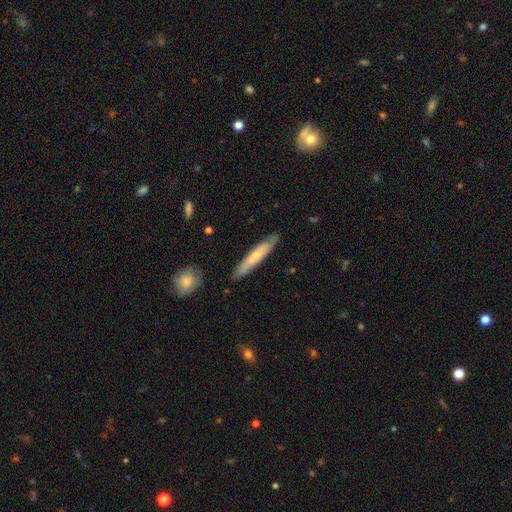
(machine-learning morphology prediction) Overall: smooth (58%; featured or disk 37%). How rounded: cigar-shaped (92%). Merging: none (84%).